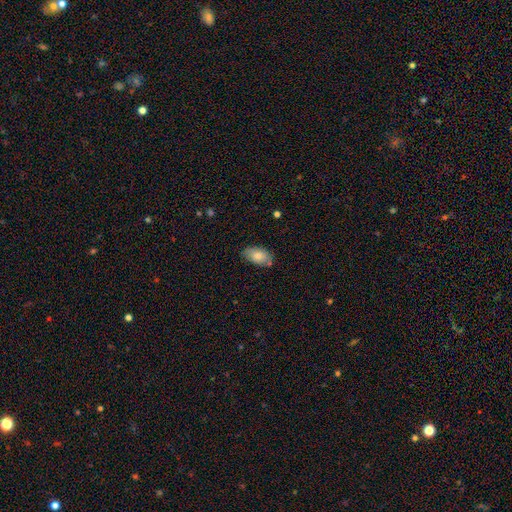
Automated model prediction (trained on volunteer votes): smooth 73%, featured or disk 18%, star or artifact 9%. Down the decision tree: how rounded — in between (92%); merging — none (79%).